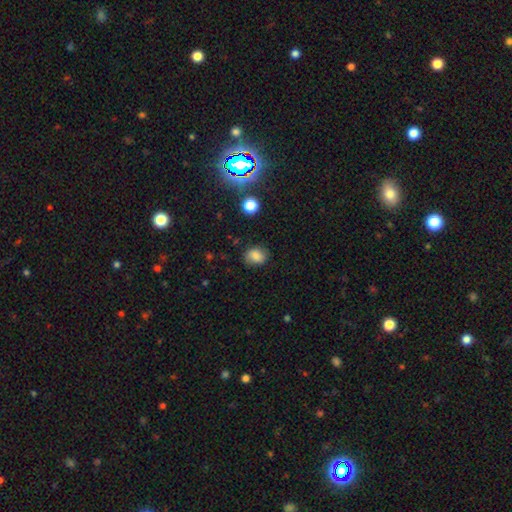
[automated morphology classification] Q: Smooth or featured?
A: smooth (81%); runner-up: star or artifact (11%)
Q: How rounded?
A: round (51%); runner-up: in between (48%)
Q: Merging?
A: none (76%); runner-up: minor disturbance (18%)